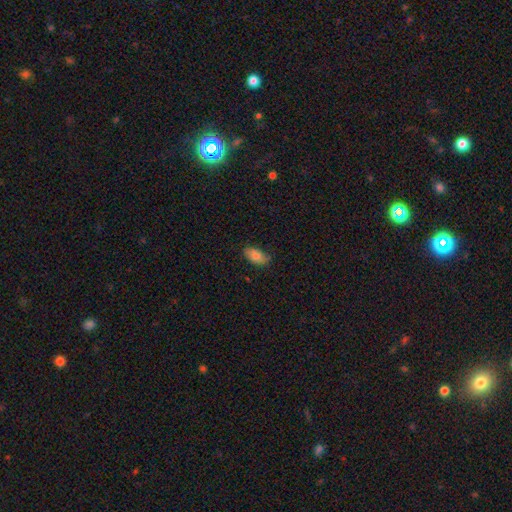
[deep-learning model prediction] Smooth or featured: smooth — 79% (featured or disk — 13%)
How rounded: in between — 91% (cigar-shaped — 5%)
Merging: none — 75% (minor disturbance — 20%)